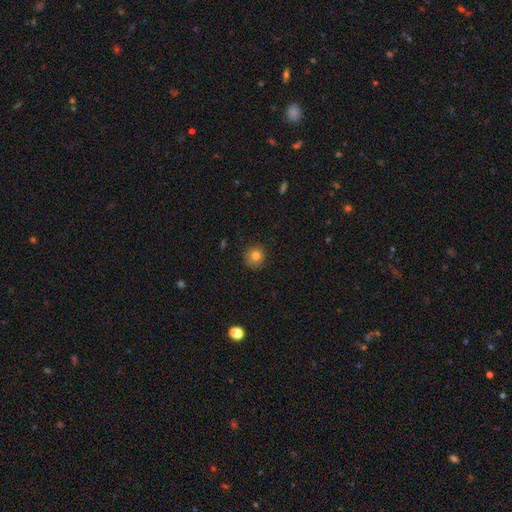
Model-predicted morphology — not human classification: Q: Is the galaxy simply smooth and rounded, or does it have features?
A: smooth — 80%.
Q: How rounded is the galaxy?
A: round — 93%.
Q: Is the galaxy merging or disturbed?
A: none — 88%.